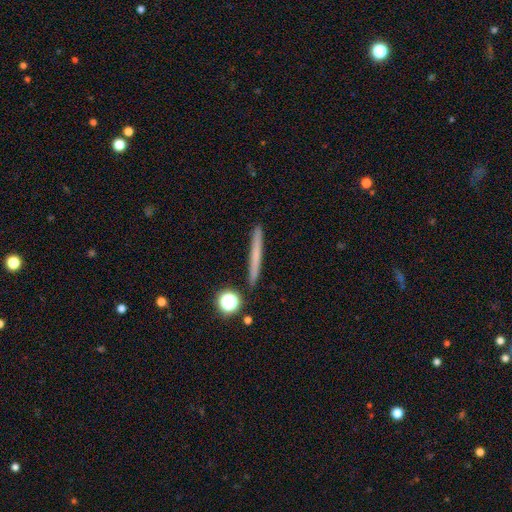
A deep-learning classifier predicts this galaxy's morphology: smooth_or_featured: smooth (p=0.59) [alt: featured or disk p=0.33]
how_rounded: cigar-shaped (p=0.96) [alt: round p=0.02]
merging: none (p=0.90) [alt: minor disturbance p=0.06]